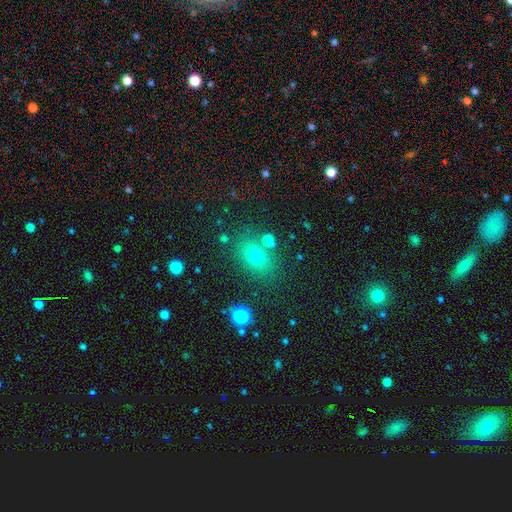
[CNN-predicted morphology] type=smooth (70%); roundness=in between (58%); merging=none (75%).